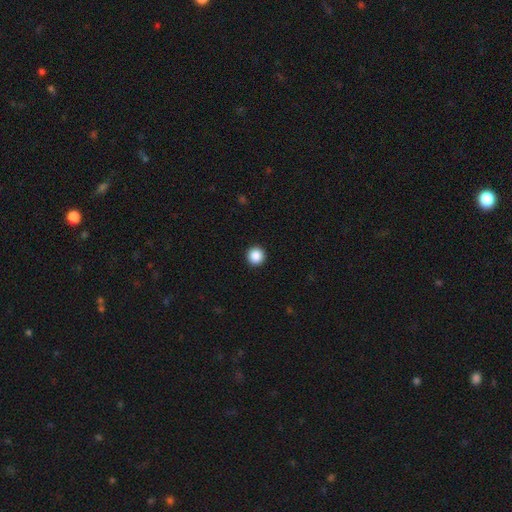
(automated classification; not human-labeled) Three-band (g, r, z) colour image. It shows a smooth galaxy with no disk features (88%) that is round (96%). Merging: none (94%).